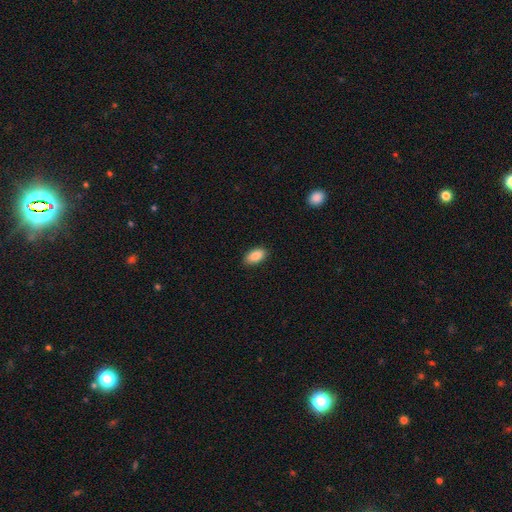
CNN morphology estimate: This is clearly a smooth galaxy (87%). How rounded: clearly in between (93%). Merging: clearly none (88%).